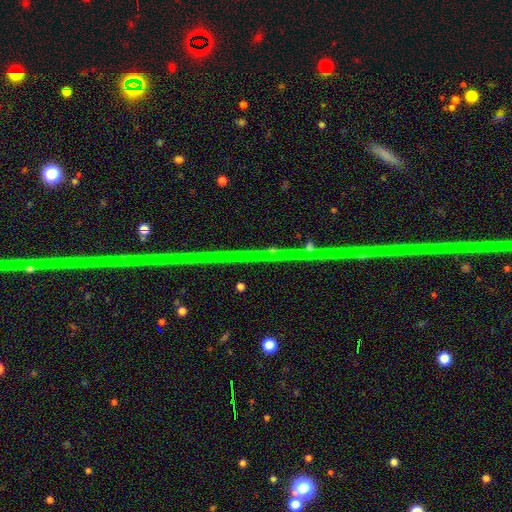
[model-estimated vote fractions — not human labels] Smooth or featured?
  - star or artifact: 72% *
  - featured or disk: 20%
  - smooth: 8%